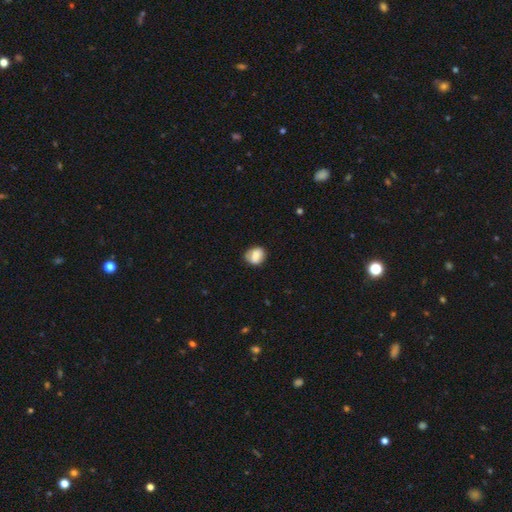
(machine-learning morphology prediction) This is likely a smooth galaxy (75%). How rounded: likely round (61%). Merging: likely none (72%).